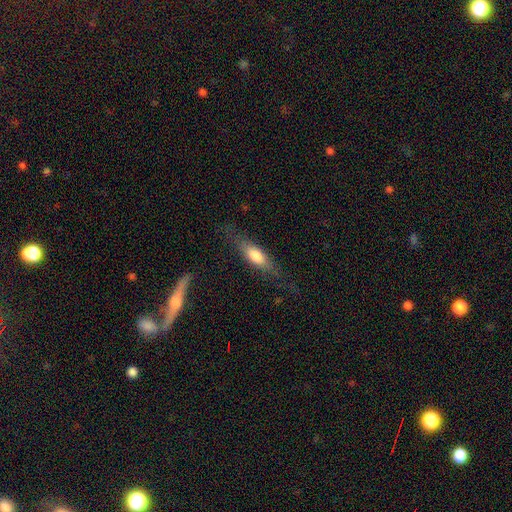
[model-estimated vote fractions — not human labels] A smooth galaxy with no disk features (62%) that is cigar-shaped (51%).

Vote fractions:
- Smooth or featured? smooth: 62% / featured or disk: 31% / star or artifact: 6%
- How rounded? cigar-shaped: 51% / in between: 46% / round: 3%
- Merging? none: 70% / minor disturbance: 19% / major disturbance: 9% / merger: 2%